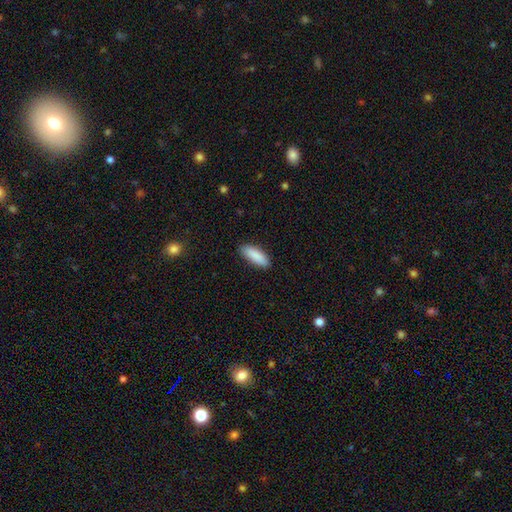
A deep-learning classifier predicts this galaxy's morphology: Overall: smooth (89%). How rounded: in between (60%; cigar-shaped 38%). Merging: none (88%).